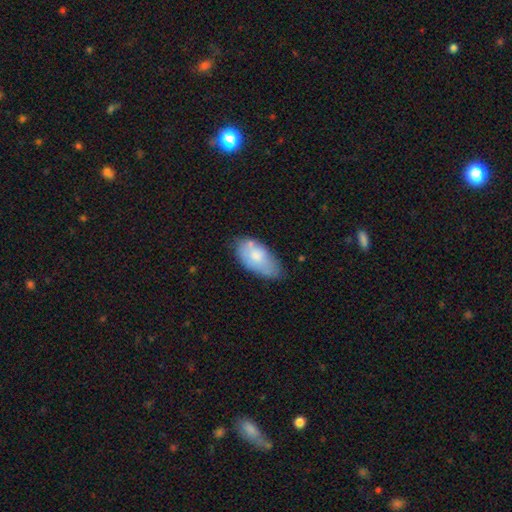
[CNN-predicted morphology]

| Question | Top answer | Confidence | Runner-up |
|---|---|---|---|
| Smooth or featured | smooth | 69% | featured or disk (24%) |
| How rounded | in between | 94% | cigar-shaped (3%) |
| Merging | none | 56% | minor disturbance (31%) |